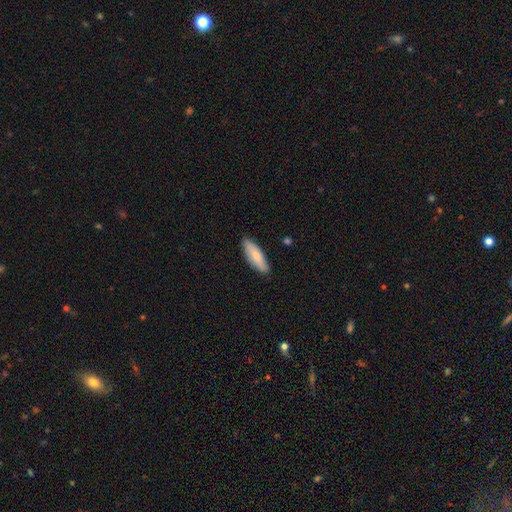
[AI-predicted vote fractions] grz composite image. It shows a smooth galaxy with no disk features (80%) that is in between round and cigar-shaped (50%). Merging: none (87%).